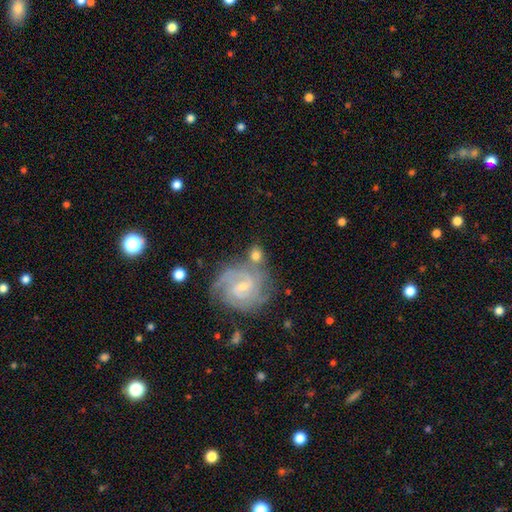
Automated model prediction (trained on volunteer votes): Q: Smooth or featured?
A: featured or disk (57%); runner-up: smooth (35%)
Q: Edge-on disk?
A: no (97%); runner-up: yes (3%)
Q: Bar?
A: weak (48%); runner-up: no (38%)
Q: Spiral arms?
A: yes (93%); runner-up: no (7%)
Q: Spiral winding?
A: tight (51%); runner-up: medium (41%)
Q: Spiral arm count?
A: 3 (38%); runner-up: 2 (26%)
Q: Bulge size?
A: small (67%); runner-up: moderate (27%)
Q: Merging?
A: none (59%); runner-up: merger (21%)